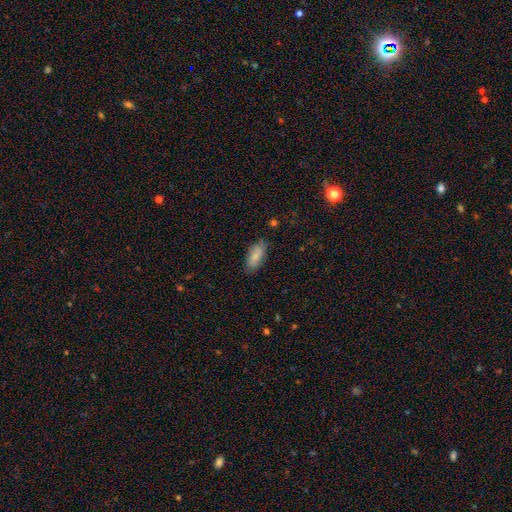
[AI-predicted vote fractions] Smooth or featured? smooth (81%)
How rounded? in between (85%)
Merging? none (78%)